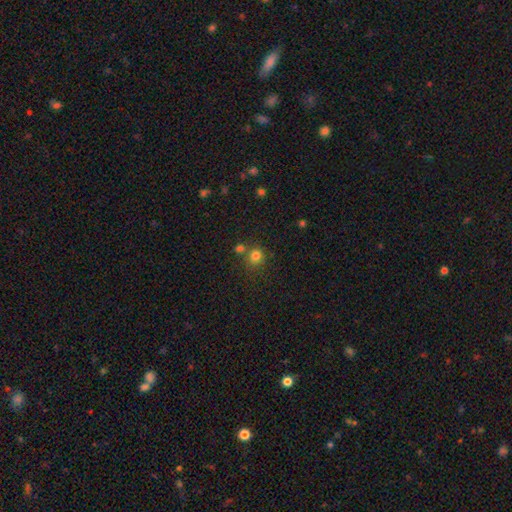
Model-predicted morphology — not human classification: This appears to be a smooth galaxy with no disk features (79%) that is round (87%). Merging: none (66%).